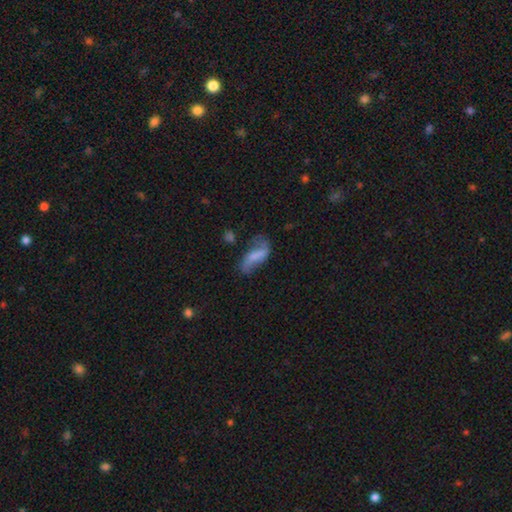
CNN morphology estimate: type=featured or disk (52%); edge-on=no (91%); merging=none (48%).